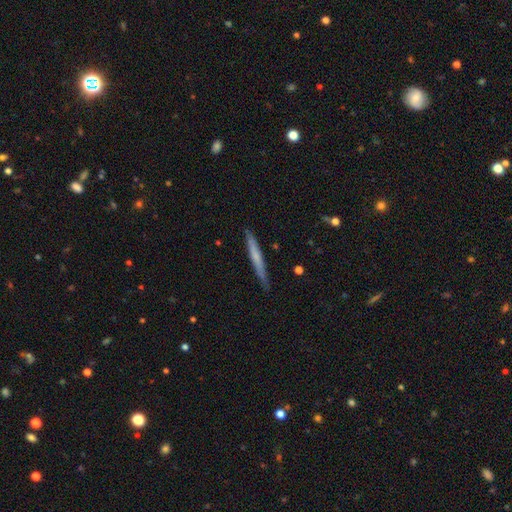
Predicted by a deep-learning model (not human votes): This appears to be a smooth galaxy with no disk features (50%). Merging: none (88%).